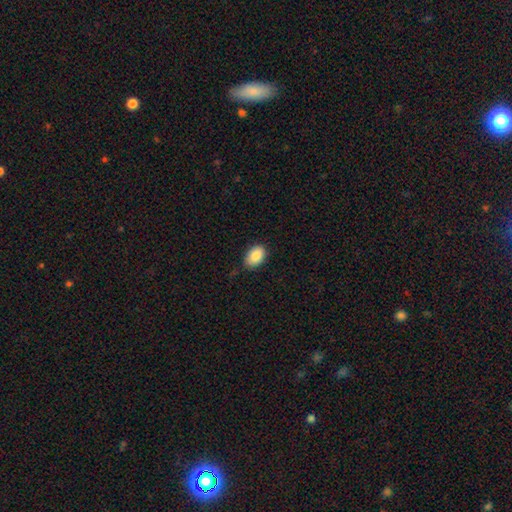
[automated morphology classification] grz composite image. It shows a smooth galaxy with no disk features (88%) that is in between round and cigar-shaped (88%). Merging: none (77%).